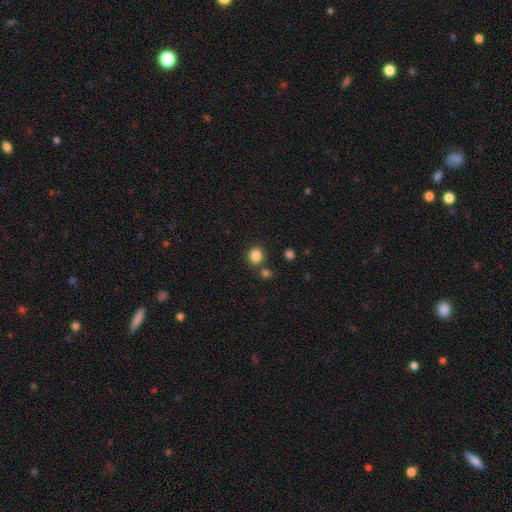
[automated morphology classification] This is clearly a smooth galaxy (85%). How rounded: likely round (79%). Merging: likely none (77%).